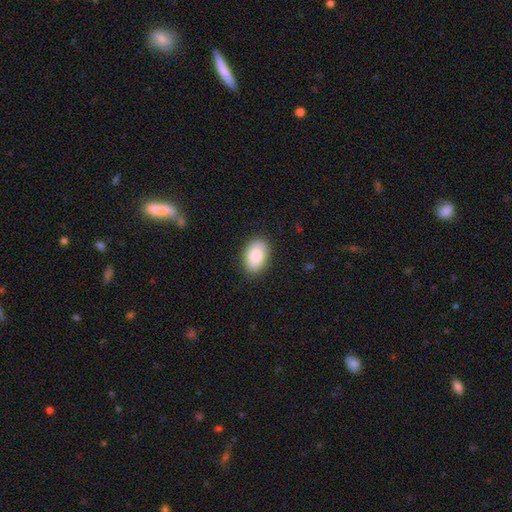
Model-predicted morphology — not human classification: smooth 86%, featured or disk 8%, star or artifact 6%. Down the decision tree: how rounded — in between (91%); merging — none (87%).